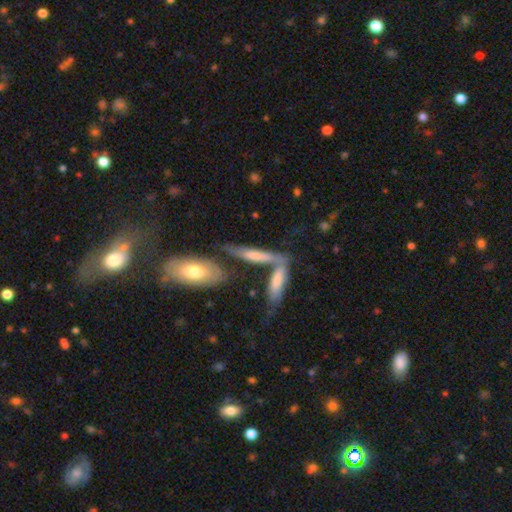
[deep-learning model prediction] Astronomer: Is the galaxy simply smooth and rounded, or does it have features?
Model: smooth — 59%.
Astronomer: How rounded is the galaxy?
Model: cigar-shaped — 74%.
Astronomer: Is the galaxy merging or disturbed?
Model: merger — 43% (runner-up: none, 38%).